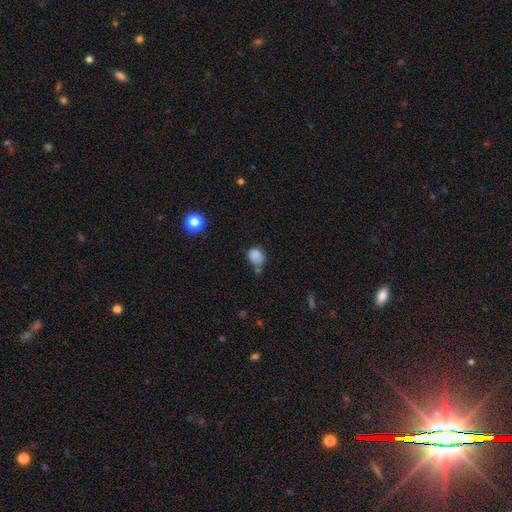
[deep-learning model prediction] Smooth or featured? Predicted: smooth (p=0.84). How rounded? Predicted: round (p=0.60). Merging? Predicted: none (p=0.53).